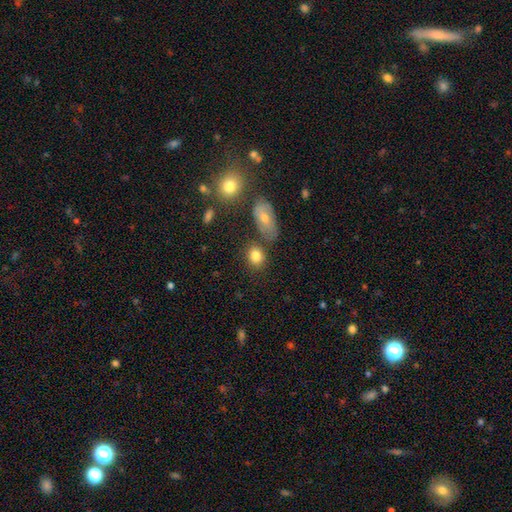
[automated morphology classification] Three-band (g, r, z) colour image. It shows a smooth galaxy with no disk features (82%) that is in between round and cigar-shaped (51%). Merging: none (69%).